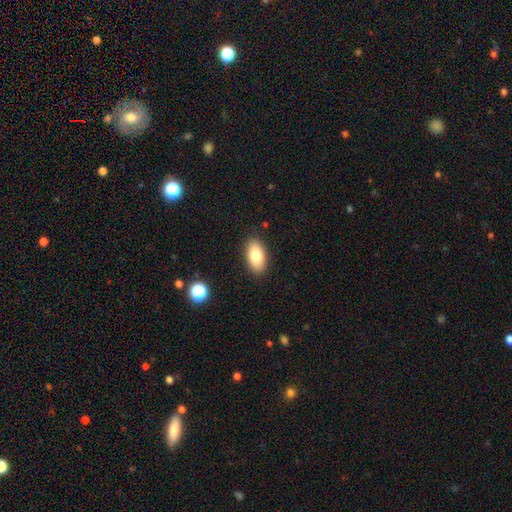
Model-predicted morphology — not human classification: A smooth galaxy with no disk features (81%) that is in between round and cigar-shaped (93%). Merging: none (88%).